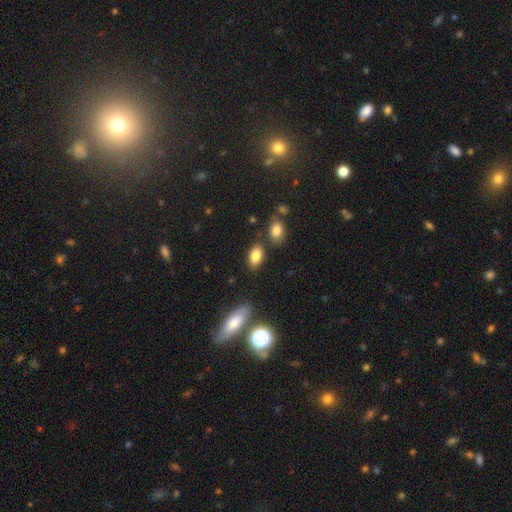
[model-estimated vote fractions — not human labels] Smooth or featured? Predicted: smooth (p=0.84). How rounded? Predicted: in between (p=0.91). Merging? Predicted: none (p=0.77).